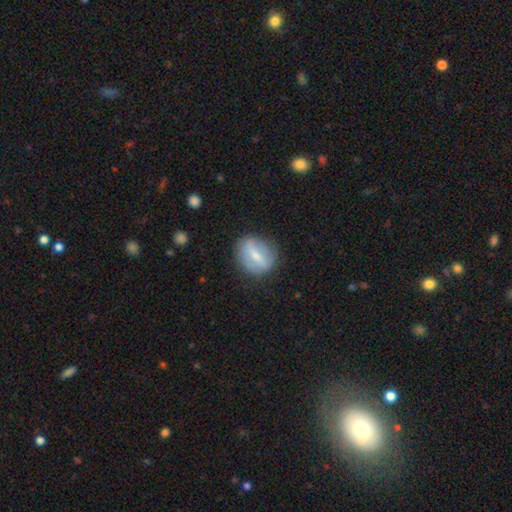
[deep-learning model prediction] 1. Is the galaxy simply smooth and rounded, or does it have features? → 48% smooth, 45% featured or disk, 7% star or artifact.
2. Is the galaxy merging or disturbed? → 80% none, 14% minor disturbance, 5% major disturbance, 1% merger.